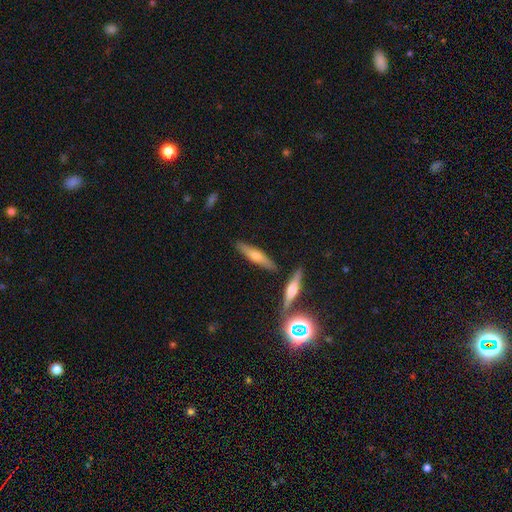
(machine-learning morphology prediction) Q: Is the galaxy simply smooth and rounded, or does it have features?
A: smooth — 47%.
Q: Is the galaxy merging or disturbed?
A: none — 83%.